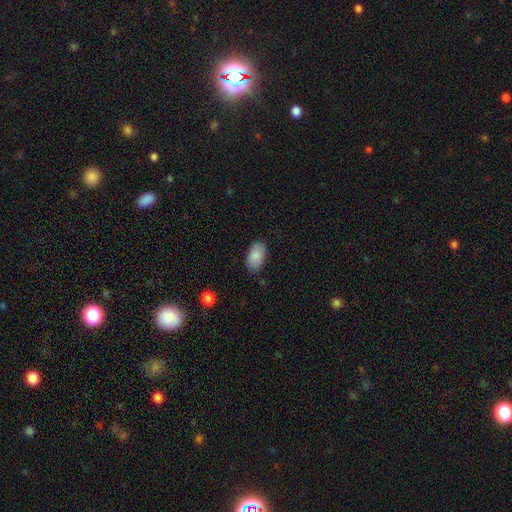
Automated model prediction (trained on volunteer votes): smooth 87%, featured or disk 7%, star or artifact 7%. Down the decision tree: how rounded — in between (94%); merging — none (84%).